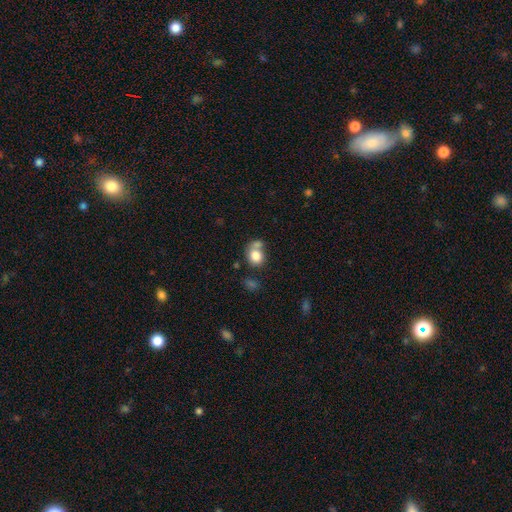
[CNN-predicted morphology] This appears to be a smooth galaxy with no disk features (80%) that is round (63%). Merging: none (42%).